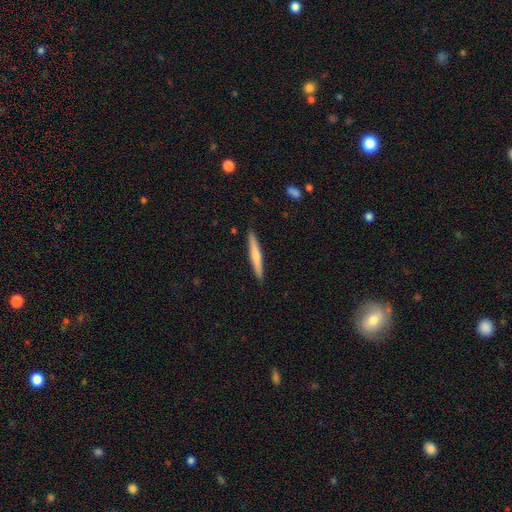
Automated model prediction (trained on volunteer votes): Smooth or featured?
  - smooth: 57% *
  - featured or disk: 37%
  - star or artifact: 5%
How rounded?
  - cigar-shaped: 95% *
  - in between: 4%
  - round: 1%
Merging?
  - none: 91% *
  - minor disturbance: 7%
  - major disturbance: 1%
  - merger: 1%